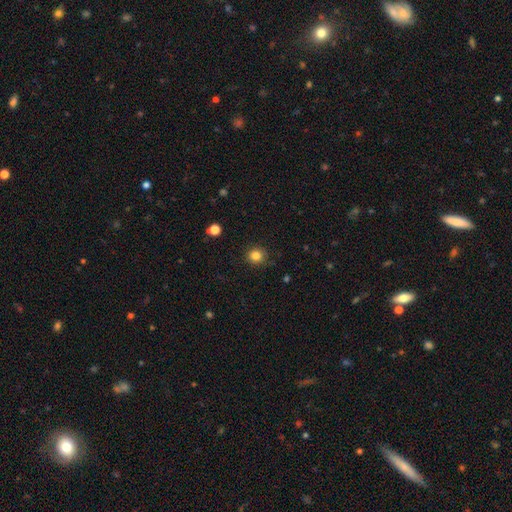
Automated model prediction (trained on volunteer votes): smooth-or-featured: smooth: 83% | star or artifact: 12% | featured or disk: 5%
  how-rounded: round: 90% | in between: 9% | cigar-shaped: 1%
  merging: none: 89% | minor disturbance: 7% | major disturbance: 2% | merger: 1%